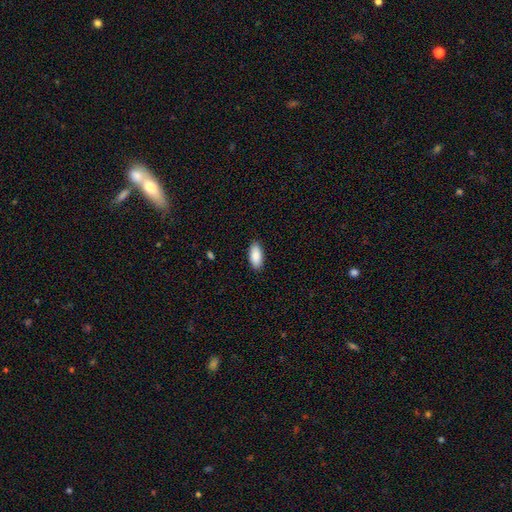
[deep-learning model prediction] This is clearly a smooth galaxy (89%). How rounded: clearly in between (90%). Merging: clearly none (89%).